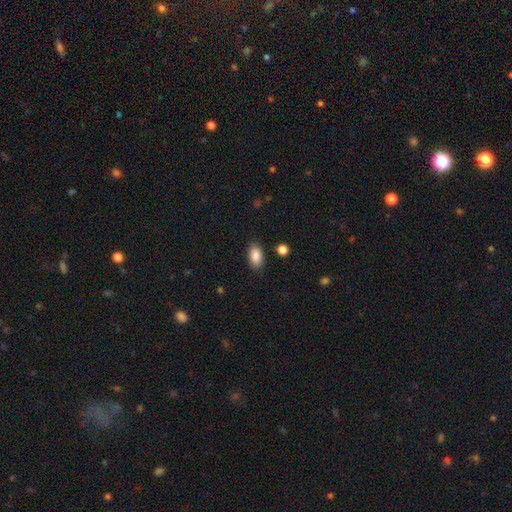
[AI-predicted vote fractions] smooth-or-featured: smooth: 88% | star or artifact: 7% | featured or disk: 4%
  how-rounded: in between: 92% | round: 5% | cigar-shaped: 3%
  merging: none: 86% | minor disturbance: 10% | major disturbance: 3% | merger: 2%